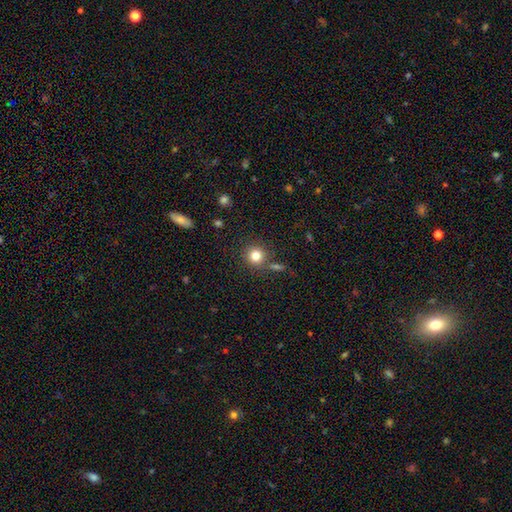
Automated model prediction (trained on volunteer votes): Smooth or featured? smooth (81%)
How rounded? round (93%)
Merging? none (82%)